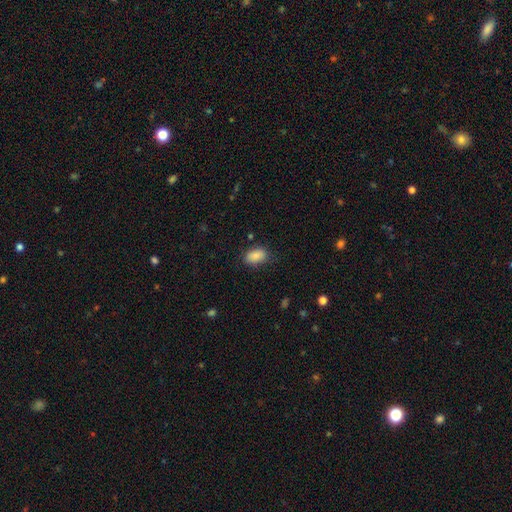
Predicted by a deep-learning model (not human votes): smooth_or_featured: smooth (p=0.87) [alt: star or artifact p=0.08]
how_rounded: in between (p=0.90) [alt: round p=0.09]
merging: none (p=0.78) [alt: minor disturbance p=0.16]